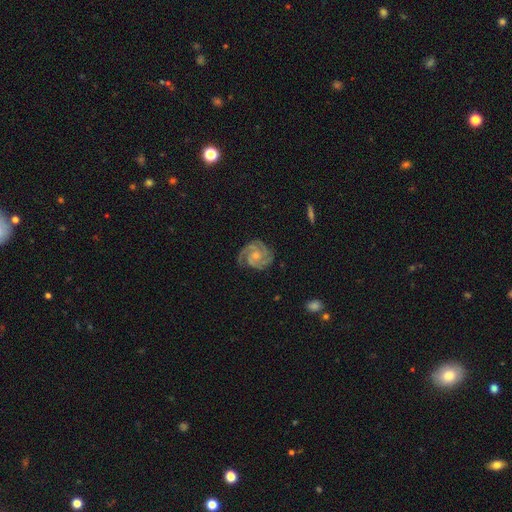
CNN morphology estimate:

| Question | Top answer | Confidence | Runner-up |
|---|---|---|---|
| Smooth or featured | featured or disk | 92% | smooth (4%) |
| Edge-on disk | no | 98% | yes (2%) |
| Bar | no | 70% | weak (25%) |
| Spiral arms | yes | 99% | no (1%) |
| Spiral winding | tight | 65% | medium (32%) |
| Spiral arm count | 3 | 54% | 2 (23%) |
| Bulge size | small | 53% | moderate (39%) |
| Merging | none | 78% | minor disturbance (16%) |